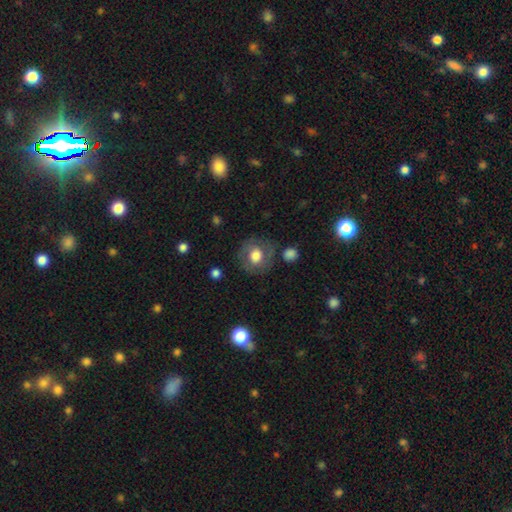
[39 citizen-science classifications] smooth_or_featured: featured or disk (p=0.62) [alt: smooth p=0.31]
disk_edge_on: no (p=1.00)
bar: no (p=0.67) [alt: weak p=0.25]
has_spiral_arms: yes (p=0.79) [alt: no p=0.21]
spiral_winding: tight (p=0.63) [alt: medium p=0.37]
spiral_arm_count: can't tell (p=0.42) [alt: 2 p=0.37]
bulge_size: large (p=0.62) [alt: moderate p=0.33]
merging: none (p=0.75) [alt: minor disturbance p=0.19]